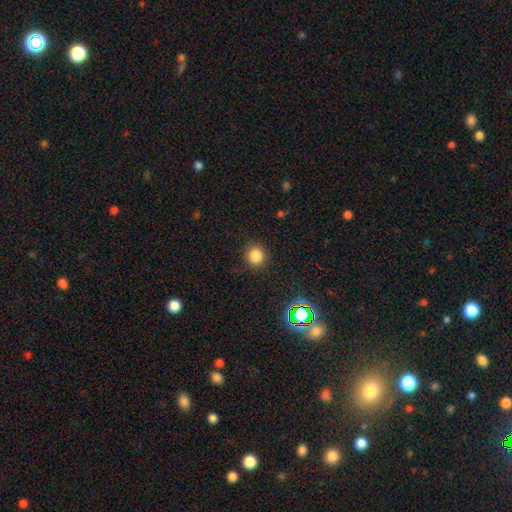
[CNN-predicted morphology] A smooth galaxy with no disk features (82%) that is round (89%). Merging: none (88%).